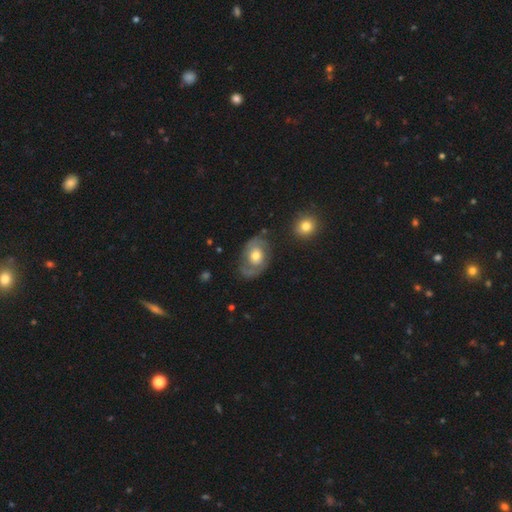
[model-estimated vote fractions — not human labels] Q: Smooth or featured?
A: featured or disk (65%); runner-up: smooth (28%)
Q: Edge-on disk?
A: no (96%); runner-up: yes (4%)
Q: Bar?
A: no (75%); runner-up: weak (20%)
Q: Spiral arms?
A: yes (72%); runner-up: no (28%)
Q: Bulge size?
A: moderate (73%); runner-up: small (13%)
Q: Merging?
A: none (63%); runner-up: minor disturbance (21%)